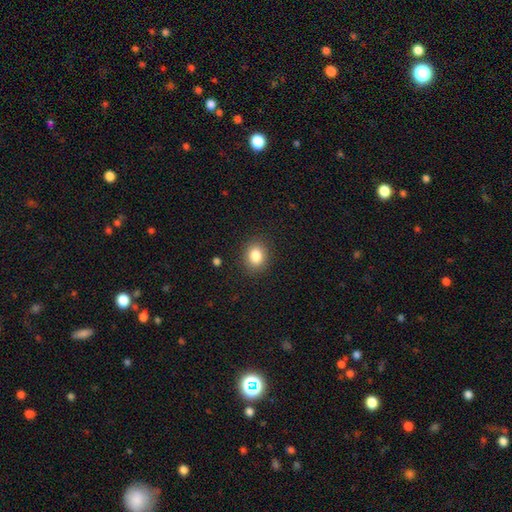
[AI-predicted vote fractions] Overall: smooth (84%). How rounded: round (59%; in between 40%). Merging: none (88%).